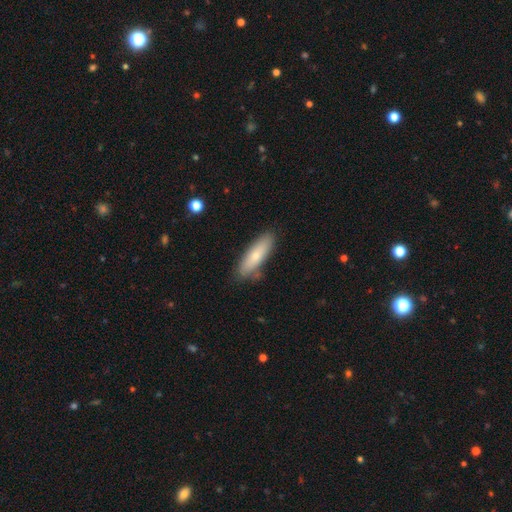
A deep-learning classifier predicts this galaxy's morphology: Smooth or featured? Predicted: smooth (p=0.70). How rounded? Predicted: cigar-shaped (p=0.54). Merging? Predicted: none (p=0.79).